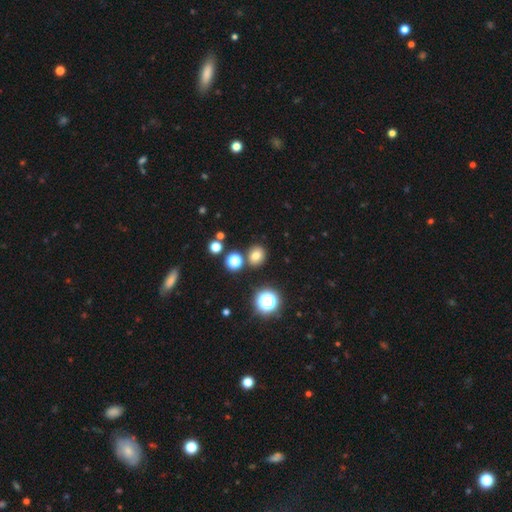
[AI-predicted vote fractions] Smooth or featured?
  - smooth: 73% *
  - star or artifact: 19%
  - featured or disk: 8%
How rounded?
  - round: 69% *
  - in between: 30%
  - cigar-shaped: 1%
Merging?
  - none: 82% *
  - minor disturbance: 8%
  - merger: 6%
  - major disturbance: 3%